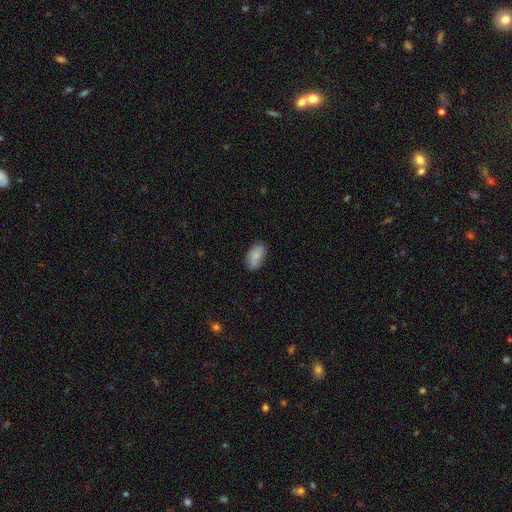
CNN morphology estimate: Overall: smooth (78%). How rounded: in between (93%). Merging: none (75%).